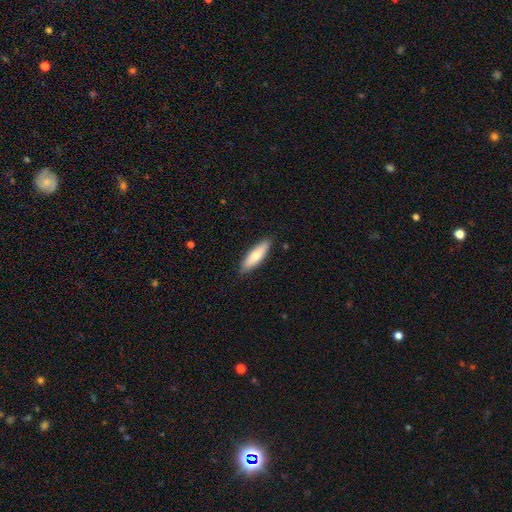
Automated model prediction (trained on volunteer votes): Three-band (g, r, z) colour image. It shows a smooth galaxy with no disk features (76%) that is cigar-shaped (55%). Merging: none (87%).